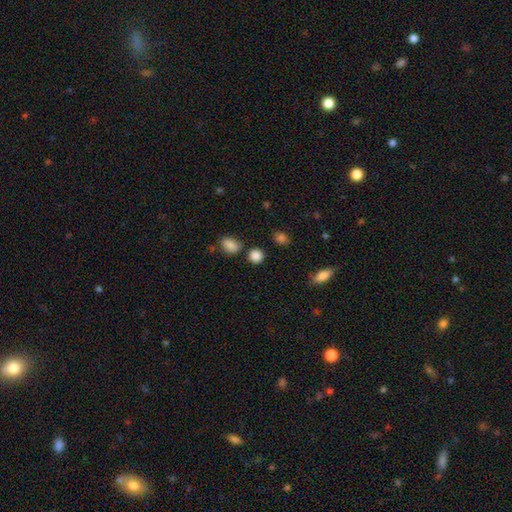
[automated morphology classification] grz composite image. It shows a smooth galaxy with no disk features (85%) that is round (83%). Merging: none (79%).